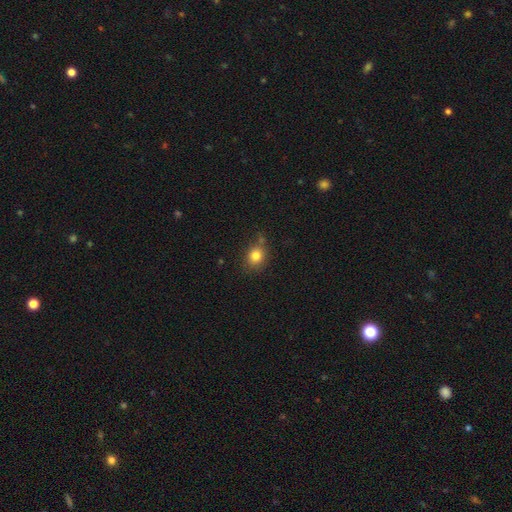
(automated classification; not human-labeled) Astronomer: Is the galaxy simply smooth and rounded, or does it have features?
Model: smooth — 82%.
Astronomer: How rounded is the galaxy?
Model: round — 70%.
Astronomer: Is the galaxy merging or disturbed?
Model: none — 68%.